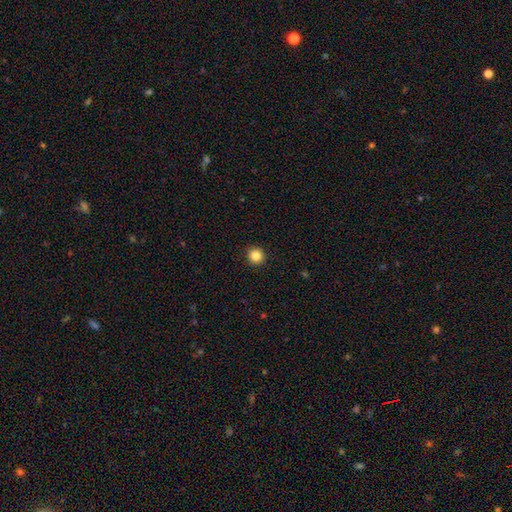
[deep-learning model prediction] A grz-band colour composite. It shows a smooth galaxy with no disk features (85%) that is round (95%). Merging: none (93%).